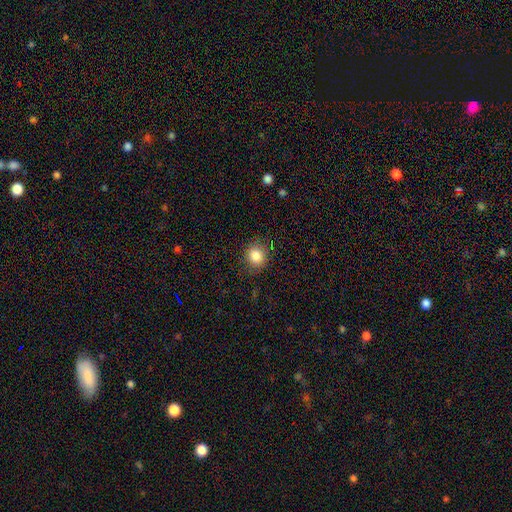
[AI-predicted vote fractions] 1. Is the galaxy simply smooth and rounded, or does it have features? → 85% smooth, 10% star or artifact, 5% featured or disk.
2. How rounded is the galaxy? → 78% round, 21% in between, 1% cigar-shaped.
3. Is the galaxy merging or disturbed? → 86% none, 10% minor disturbance, 3% major disturbance, 1% merger.